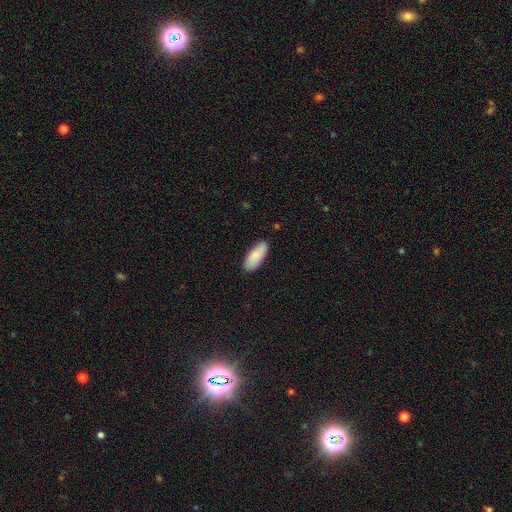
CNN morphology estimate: A smooth galaxy with no disk features (86%) that is in between round and cigar-shaped (81%). Merging: none (86%).